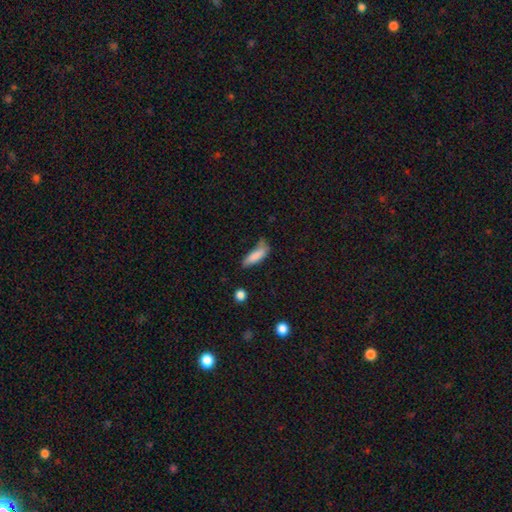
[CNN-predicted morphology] Smooth or featured?
  - smooth: 82% *
  - featured or disk: 10%
  - star or artifact: 8%
How rounded?
  - in between: 51% *
  - cigar-shaped: 47%
  - round: 2%
Merging?
  - none: 41% *
  - minor disturbance: 39%
  - major disturbance: 16%
  - merger: 5%